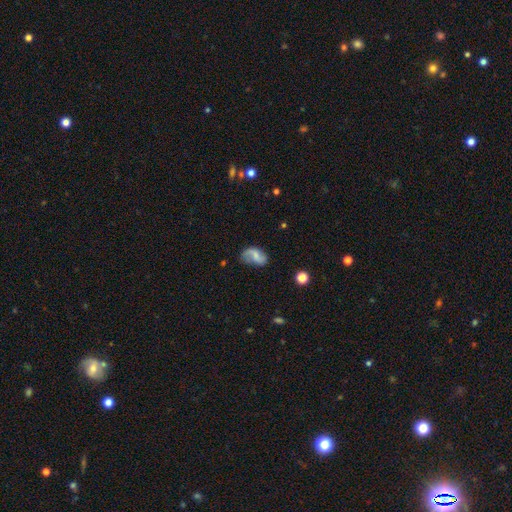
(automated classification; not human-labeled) Morphology: type=featured or disk (51%); edge-on=no (97%); merging=none (51%).